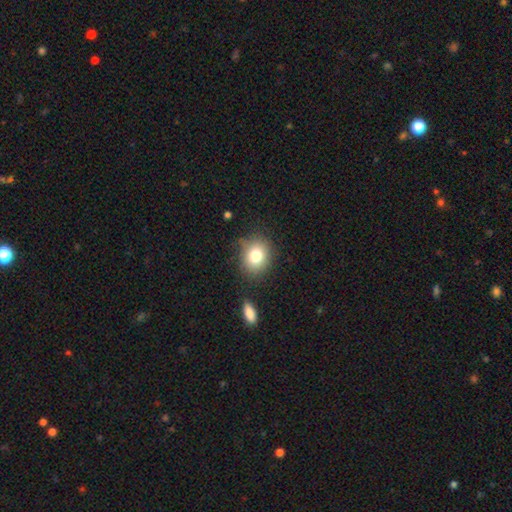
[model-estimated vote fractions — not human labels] Smooth or featured? smooth (80%)
How rounded? round (64%)
Merging? none (78%)